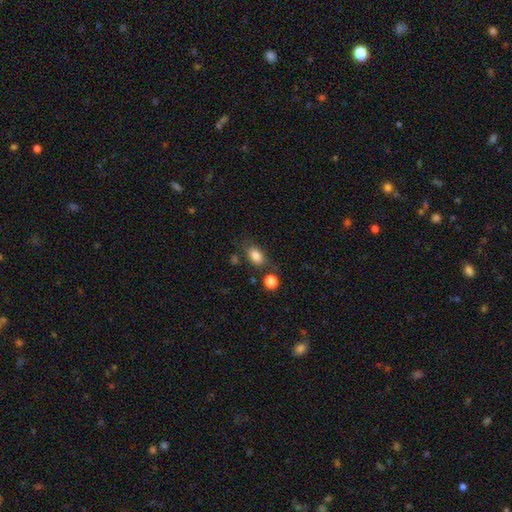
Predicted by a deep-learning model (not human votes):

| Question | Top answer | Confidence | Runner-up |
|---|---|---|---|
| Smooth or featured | smooth | 82% | star or artifact (9%) |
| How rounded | in between | 81% | round (16%) |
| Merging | none | 66% | minor disturbance (18%) |